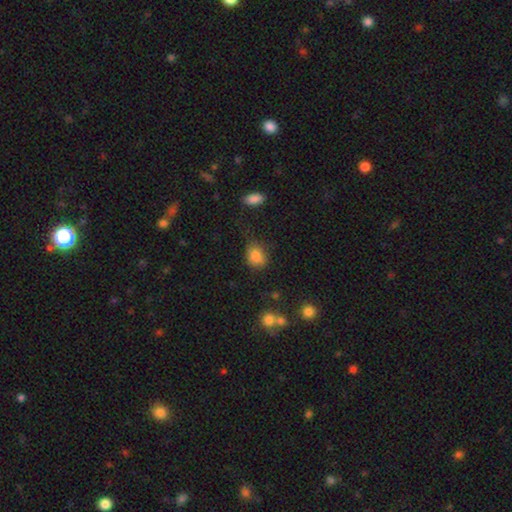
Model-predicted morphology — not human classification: A smooth galaxy with no disk features (81%) that is in between round and cigar-shaped (56%).

Vote fractions:
- Smooth or featured? smooth: 81% / star or artifact: 11% / featured or disk: 8%
- How rounded? in between: 56% / round: 43% / cigar-shaped: 1%
- Merging? none: 55% / minor disturbance: 29% / major disturbance: 9% / merger: 7%